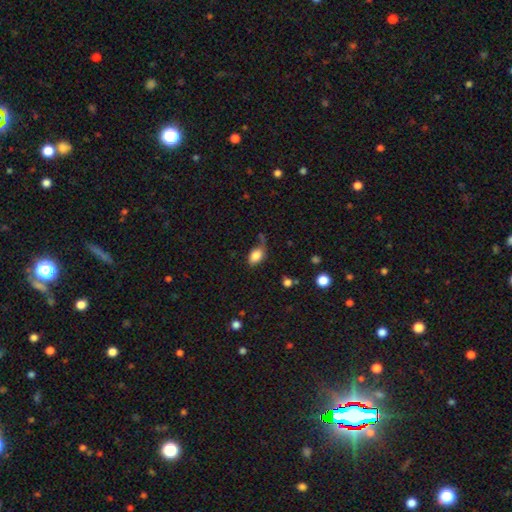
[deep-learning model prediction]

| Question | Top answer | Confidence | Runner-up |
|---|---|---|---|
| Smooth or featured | smooth | 82% | featured or disk (9%) |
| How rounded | in between | 85% | round (13%) |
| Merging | none | 51% | minor disturbance (27%) |